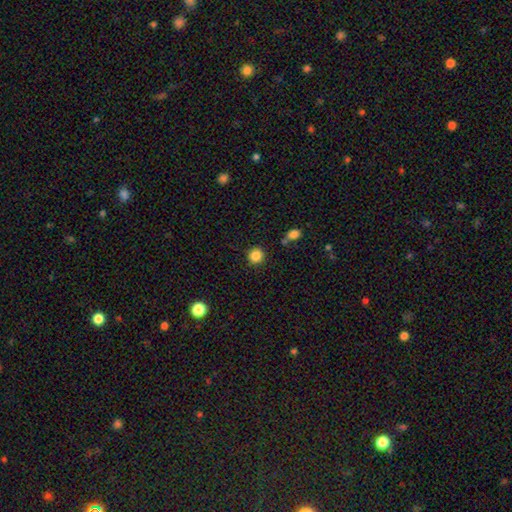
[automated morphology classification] Smooth or featured? Predicted: smooth (p=0.85). How rounded? Predicted: round (p=0.91). Merging? Predicted: none (p=0.87).